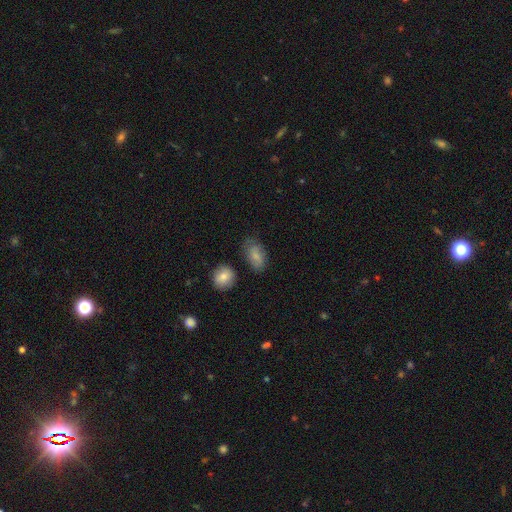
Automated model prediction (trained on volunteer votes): Overall: smooth (78%). How rounded: in between (90%). Merging: none (69%).